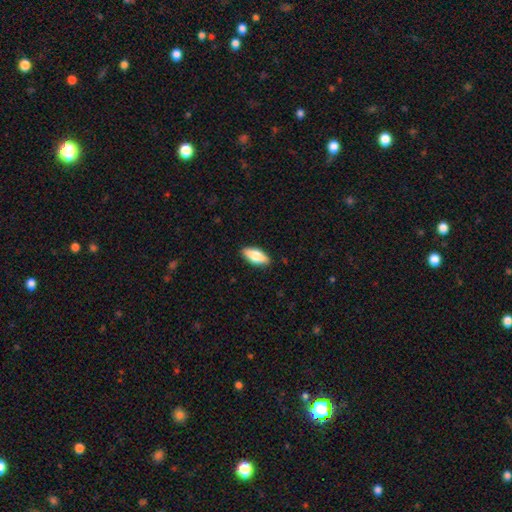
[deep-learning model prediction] Smooth or featured? smooth (75%)
How rounded? in between (83%)
Merging? none (88%)